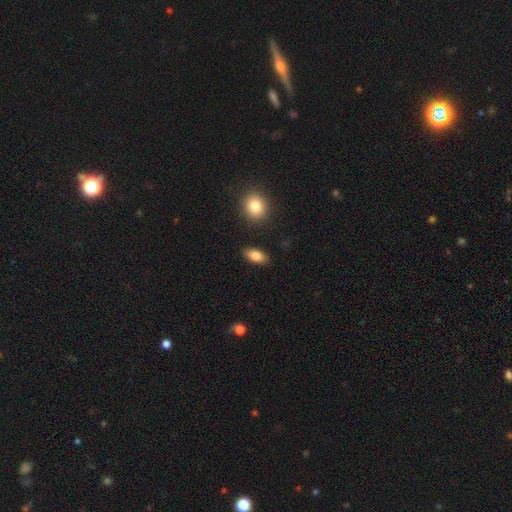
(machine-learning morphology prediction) Q: Smooth or featured?
A: smooth (83%); runner-up: featured or disk (10%)
Q: How rounded?
A: in between (90%); runner-up: cigar-shaped (5%)
Q: Merging?
A: none (88%); runner-up: minor disturbance (8%)